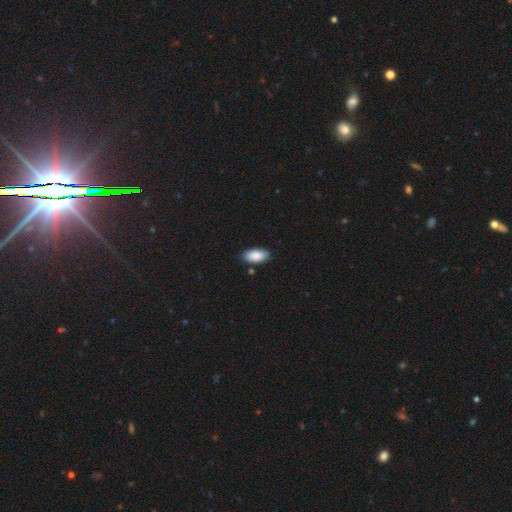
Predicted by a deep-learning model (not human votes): Morphology: type=smooth (88%); roundness=in between (93%); merging=none (85%).